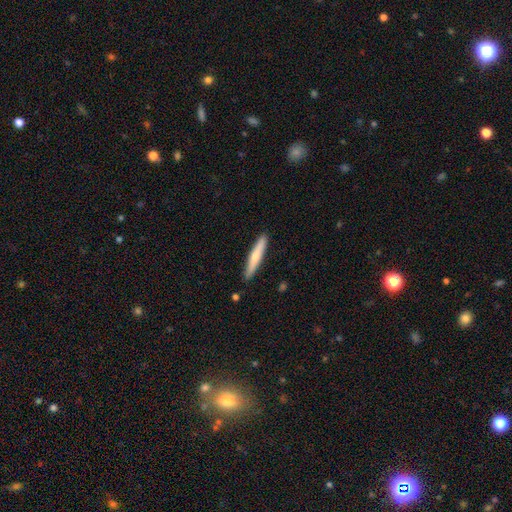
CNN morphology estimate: Smooth or featured? Predicted: smooth (p=0.65). How rounded? Predicted: cigar-shaped (p=0.93). Merging? Predicted: none (p=0.89).